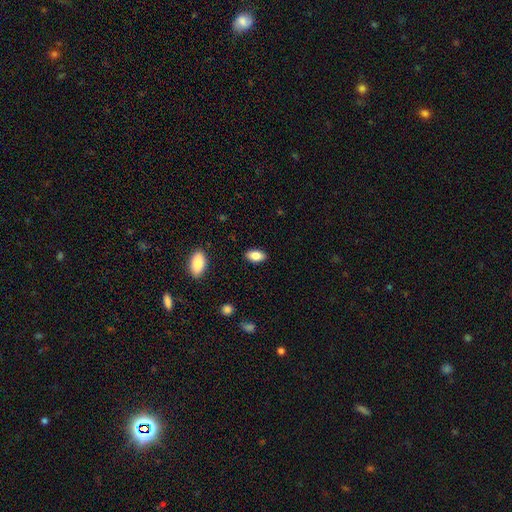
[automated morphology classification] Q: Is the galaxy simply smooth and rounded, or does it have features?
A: smooth — 84%.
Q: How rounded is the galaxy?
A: in between — 92%.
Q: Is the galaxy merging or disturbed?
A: none — 88%.